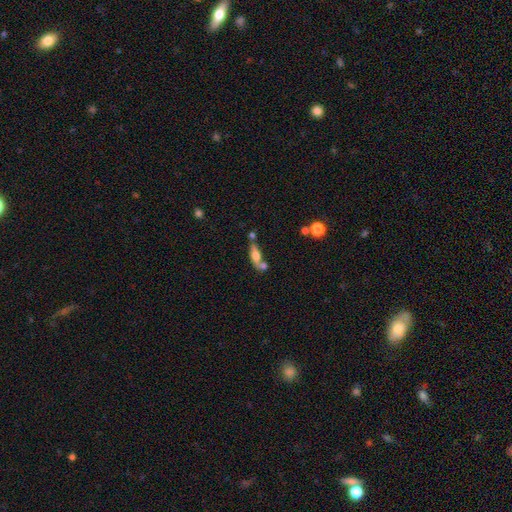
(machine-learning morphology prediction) The model was most divided on "merging": none: 44%, merger: 34%, minor disturbance: 14%, major disturbance: 7%. More confident: smooth or featured — smooth (56%); how rounded — in between (56%).